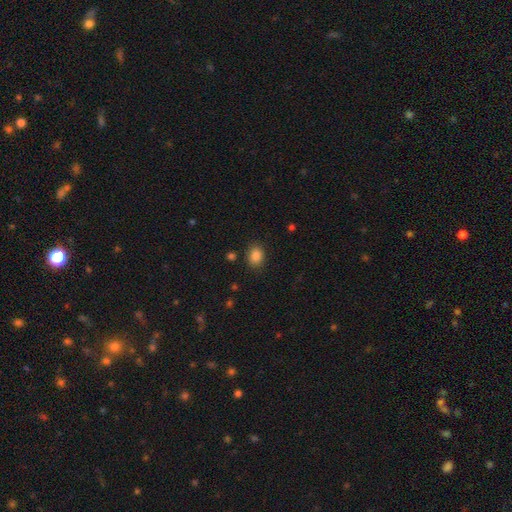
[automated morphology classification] The model was most divided on "how rounded": in between: 57%, round: 42%, cigar-shaped: 1%. More confident: smooth or featured — smooth (86%); merging — none (85%).